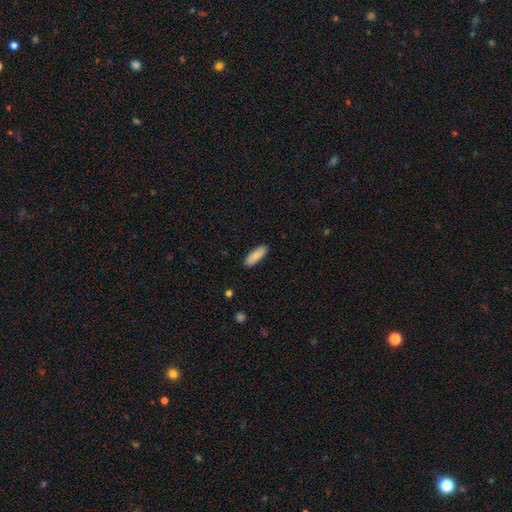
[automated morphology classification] Smooth or featured: smooth — 87% (featured or disk — 8%)
How rounded: in between — 60% (cigar-shaped — 39%)
Merging: none — 89% (minor disturbance — 8%)